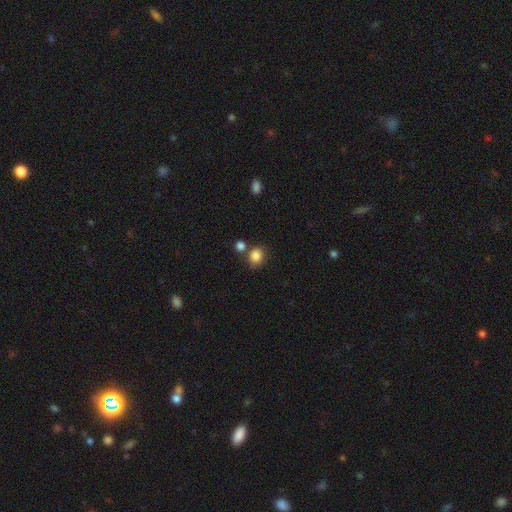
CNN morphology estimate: type=smooth (85%); roundness=round (68%); merging=none (66%).